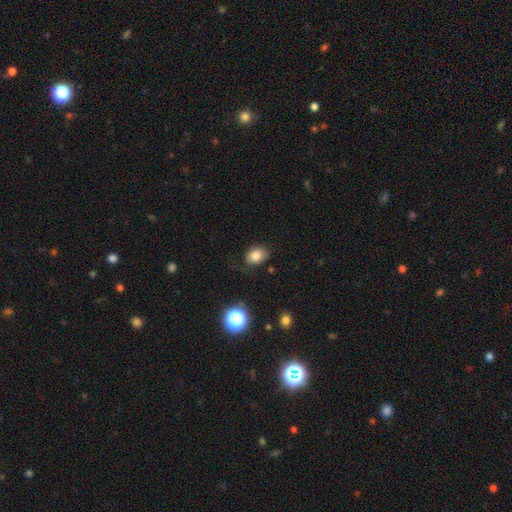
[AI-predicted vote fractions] This is likely a smooth galaxy (80%). How rounded: likely in between (67%). Merging: likely none (70%).